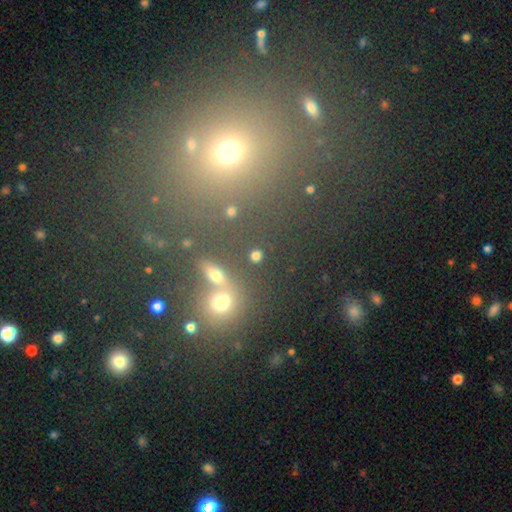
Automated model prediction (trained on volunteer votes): smooth 76%, star or artifact 17%, featured or disk 7%. Down the decision tree: how rounded — round (85%); merging — none (81%).